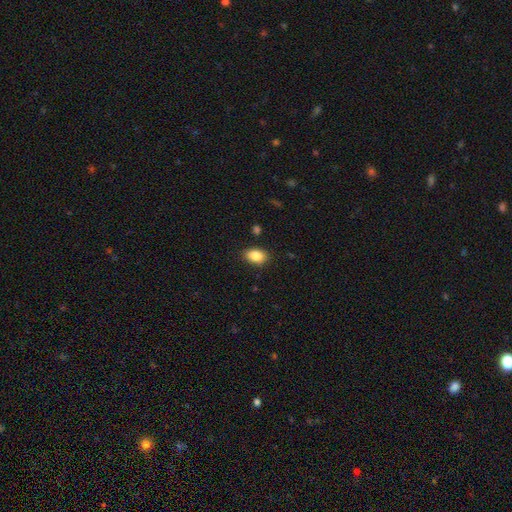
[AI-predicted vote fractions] Smooth or featured? smooth (86%)
How rounded? in between (87%)
Merging? none (86%)